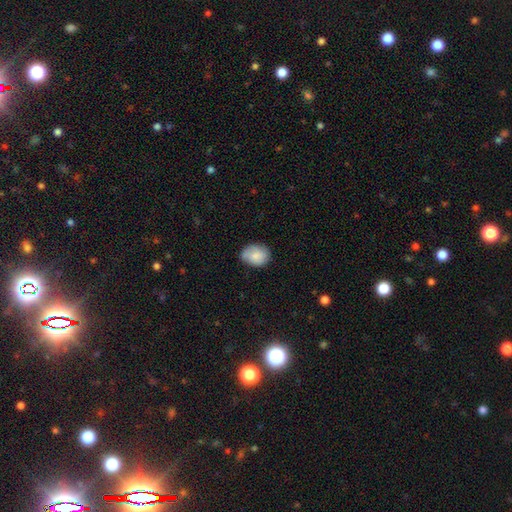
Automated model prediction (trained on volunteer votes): This appears to be a smooth galaxy with no disk features (81%) that is in between round and cigar-shaped (53%). Merging: none (66%).